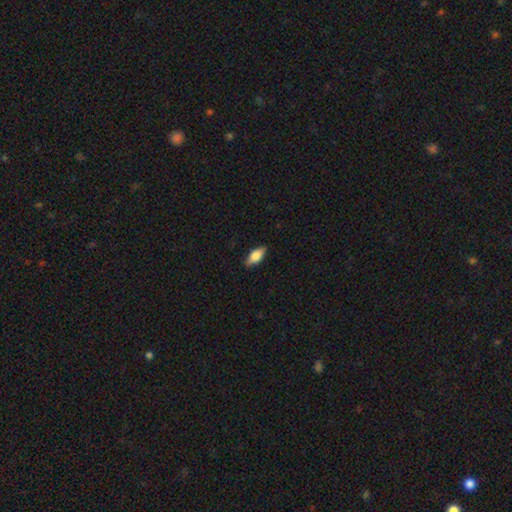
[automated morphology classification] Overall: smooth (63%; featured or disk 30%). How rounded: in between (79%). Merging: none (85%).